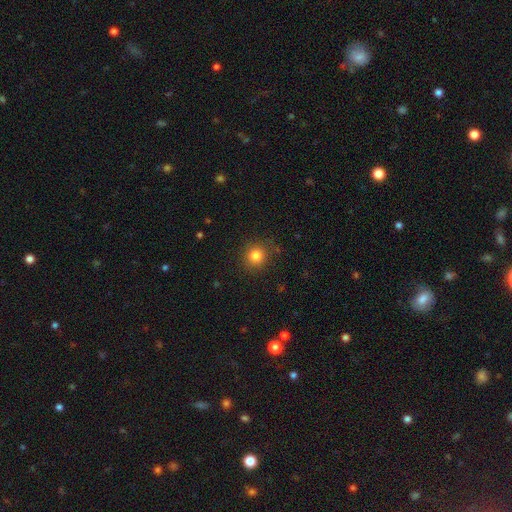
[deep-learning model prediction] Smooth or featured? Predicted: smooth (p=0.82). How rounded? Predicted: round (p=0.90). Merging? Predicted: none (p=0.87).